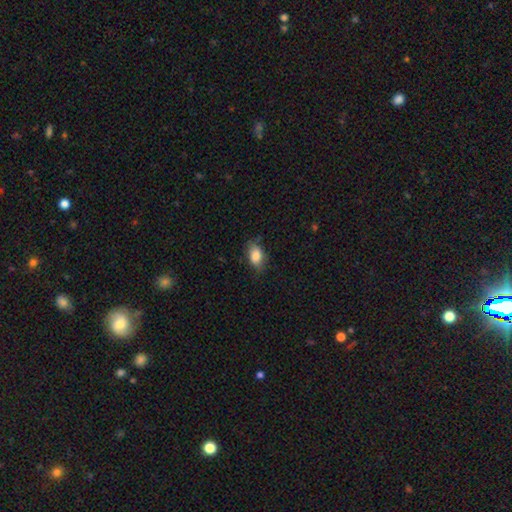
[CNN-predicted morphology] Q: Smooth or featured?
A: smooth (84%); runner-up: featured or disk (8%)
Q: How rounded?
A: in between (87%); runner-up: round (10%)
Q: Merging?
A: none (72%); runner-up: minor disturbance (22%)